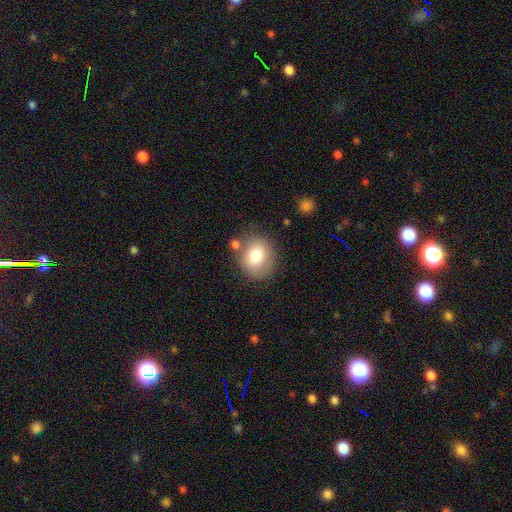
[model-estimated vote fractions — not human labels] Overall: smooth (77%). How rounded: round (69%; in between 30%). Merging: none (71%).